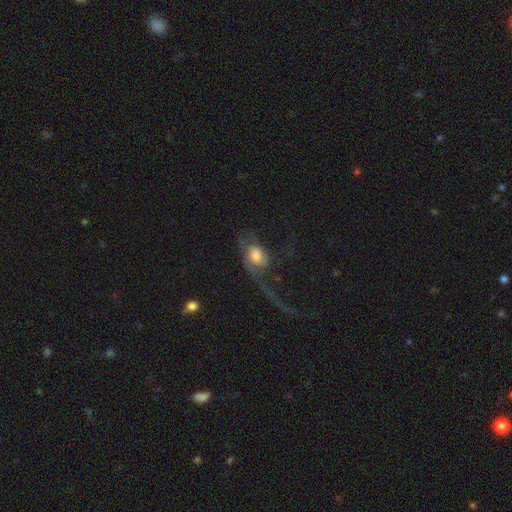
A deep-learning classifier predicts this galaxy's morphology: smooth_or_featured: featured or disk (p=0.52) [alt: smooth p=0.39]
disk_edge_on: no (p=0.93) [alt: yes p=0.07]
merging: major disturbance (p=0.62) [alt: none p=0.20]